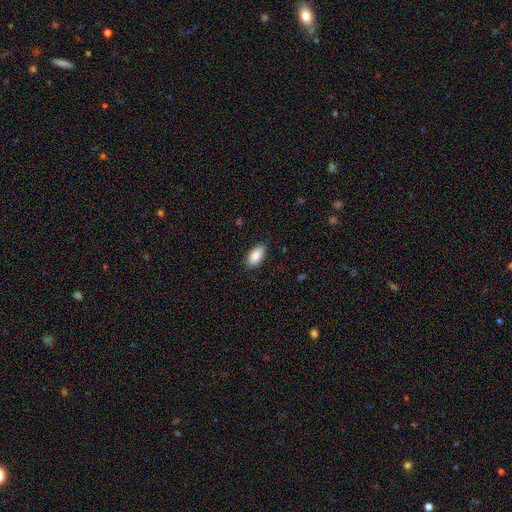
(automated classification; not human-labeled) Smooth or featured? Predicted: smooth (p=0.89). How rounded? Predicted: in between (p=0.93). Merging? Predicted: none (p=0.86).